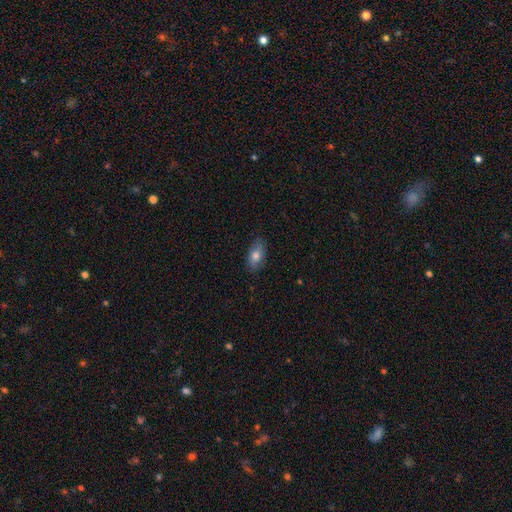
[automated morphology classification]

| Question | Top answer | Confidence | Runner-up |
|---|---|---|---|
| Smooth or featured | smooth | 77% | featured or disk (16%) |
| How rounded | in between | 91% | round (5%) |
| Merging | none | 82% | minor disturbance (15%) |